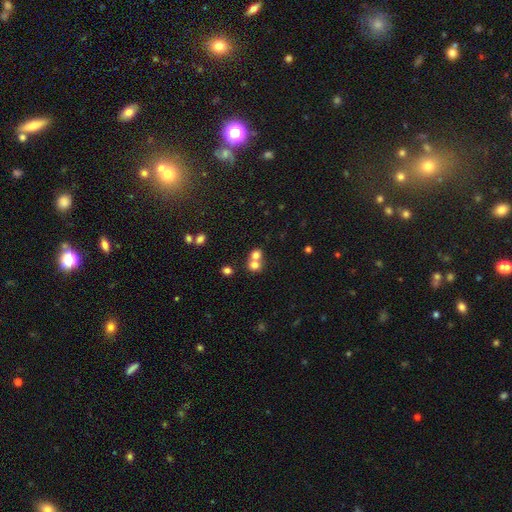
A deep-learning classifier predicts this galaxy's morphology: Smooth or featured: smooth — 73% (featured or disk — 14%)
How rounded: round — 78% (in between — 21%)
Merging: merger — 62% (none — 31%)